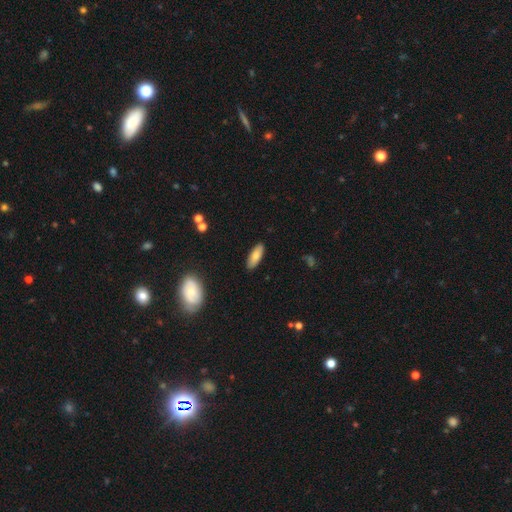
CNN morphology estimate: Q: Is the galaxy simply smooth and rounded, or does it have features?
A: smooth — 77%.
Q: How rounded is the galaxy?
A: in between — 70%.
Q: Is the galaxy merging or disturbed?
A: none — 88%.